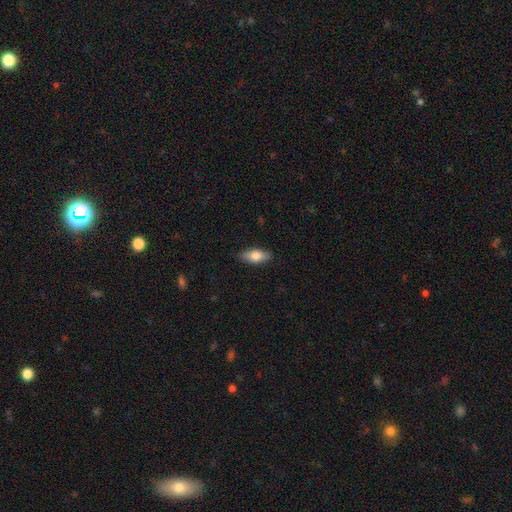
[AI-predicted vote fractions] Morphology: type=smooth (71%); roundness=in between (79%); merging=none (86%).